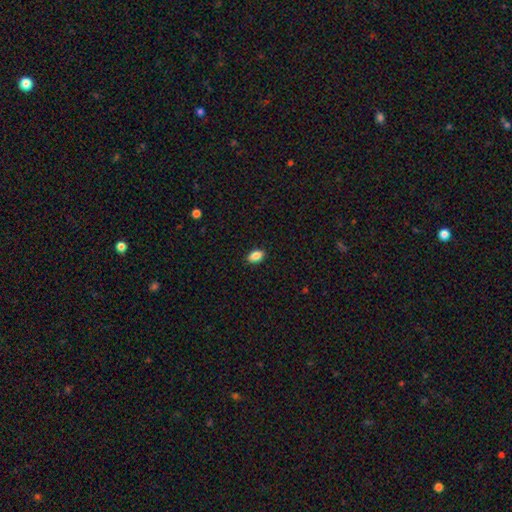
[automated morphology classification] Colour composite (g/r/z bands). It shows a smooth galaxy with no disk features (88%) that is in between round and cigar-shaped (90%). Merging: none (90%).